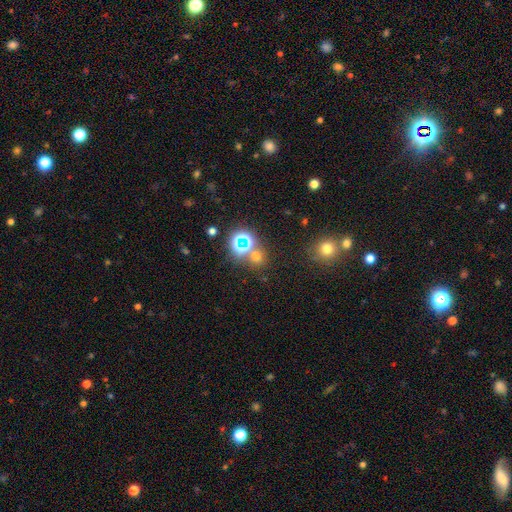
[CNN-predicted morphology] A smooth galaxy with no disk features (55%) that is round (84%). Merging: none (67%).